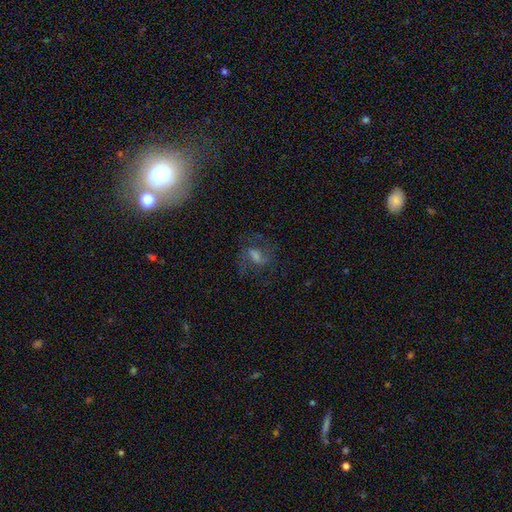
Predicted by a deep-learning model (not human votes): This appears to be a featured or disk galaxy (59%) with a weak bar (49%), spiral arms (86%) and a moderate central bulge (37%). Merging: none (66%).